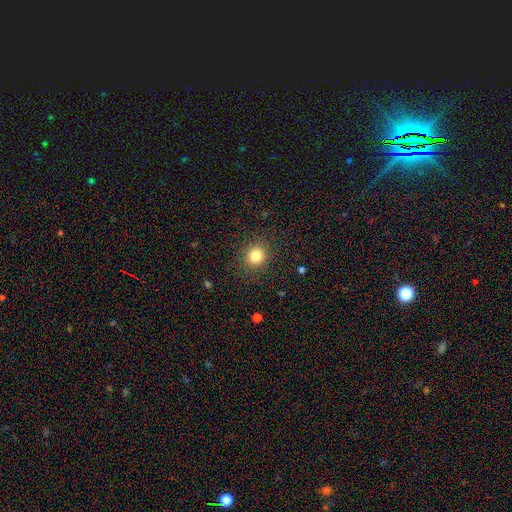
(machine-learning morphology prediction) A smooth galaxy with no disk features (82%) that is round (87%). Merging: none (89%).